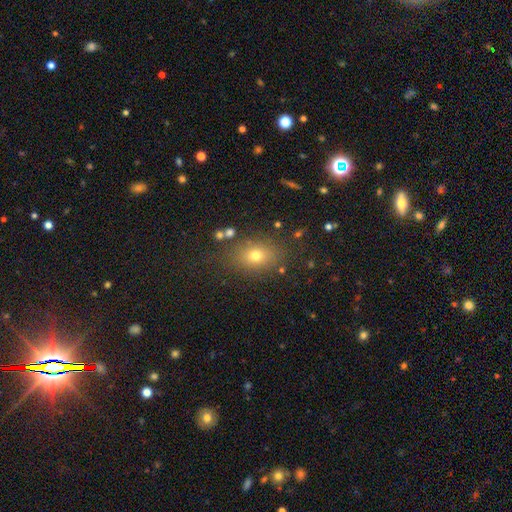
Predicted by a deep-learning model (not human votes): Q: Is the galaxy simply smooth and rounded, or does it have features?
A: smooth — 71%.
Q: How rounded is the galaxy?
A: in between — 63%.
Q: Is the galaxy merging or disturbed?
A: none — 80%.